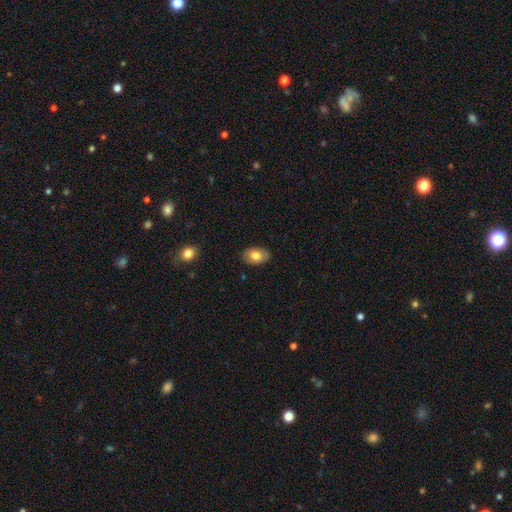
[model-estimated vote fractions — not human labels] This is likely a smooth galaxy (80%). How rounded: clearly in between (88%). Merging: clearly none (86%).